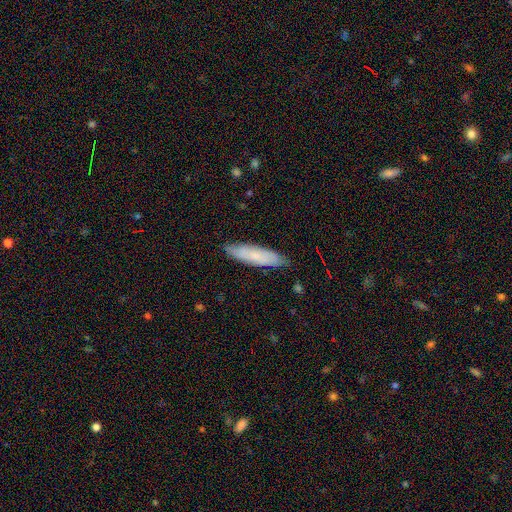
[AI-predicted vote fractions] Smooth or featured: smooth — 63% (featured or disk — 30%)
How rounded: cigar-shaped — 72% (in between — 26%)
Merging: none — 83% (minor disturbance — 13%)